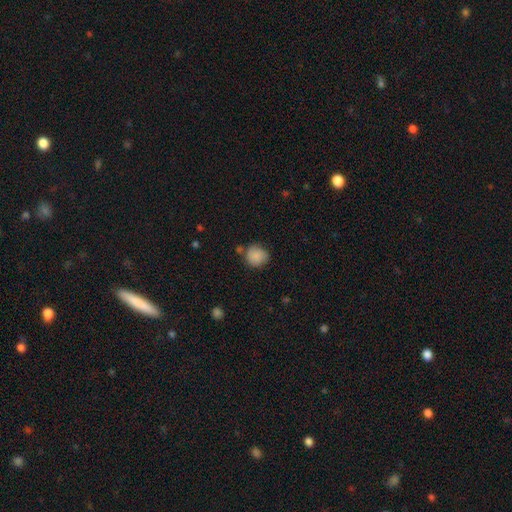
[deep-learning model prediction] smooth-or-featured: smooth: 86% | star or artifact: 8% | featured or disk: 6%
  how-rounded: round: 83% | in between: 16% | cigar-shaped: 1%
  merging: none: 68% | minor disturbance: 20% | merger: 8% | major disturbance: 5%